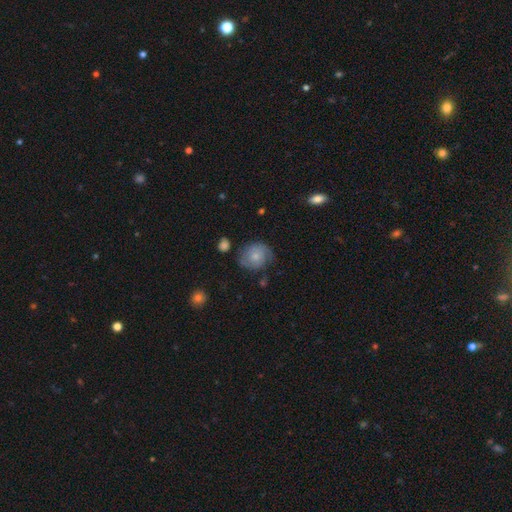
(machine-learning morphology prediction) smooth-or-featured: featured or disk: 47% | smooth: 46% | star or artifact: 8%
  merging: none: 62% | minor disturbance: 25% | major disturbance: 10% | merger: 3%